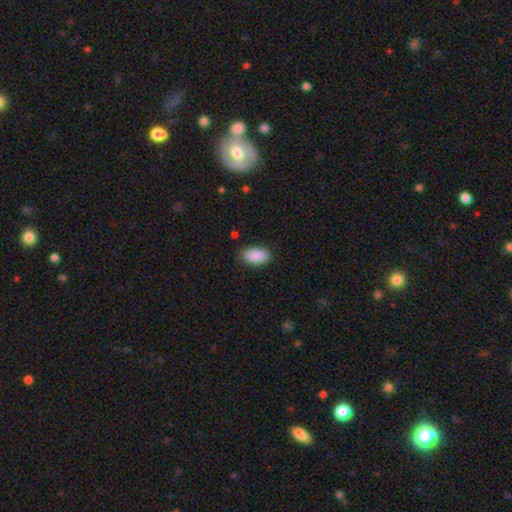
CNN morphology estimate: Smooth or featured? Predicted: smooth (p=0.89). How rounded? Predicted: in between (p=0.94). Merging? Predicted: none (p=0.84).